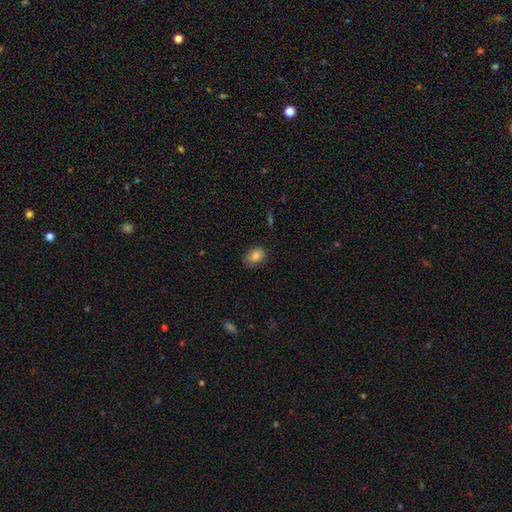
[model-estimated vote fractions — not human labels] A smooth galaxy with no disk features (83%) that is in between round and cigar-shaped (71%).

Vote fractions:
- Smooth or featured? smooth: 83% / star or artifact: 9% / featured or disk: 8%
- How rounded? in between: 71% / round: 28% / cigar-shaped: 1%
- Merging? none: 70% / minor disturbance: 24% / major disturbance: 5% / merger: 1%